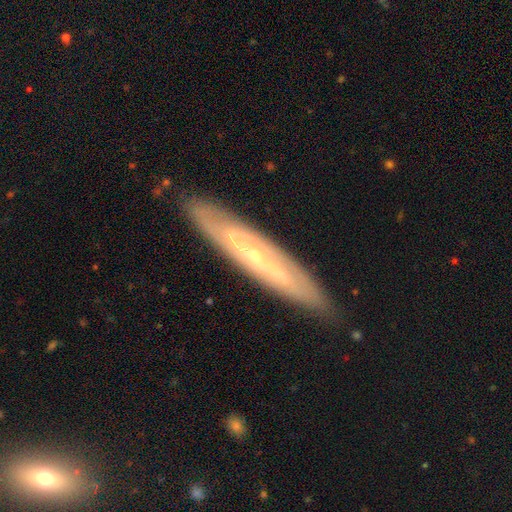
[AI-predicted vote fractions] featured or disk 75%, smooth 19%, star or artifact 5%. Down the decision tree: edge-on disk — no (52%); merging — none (86%).